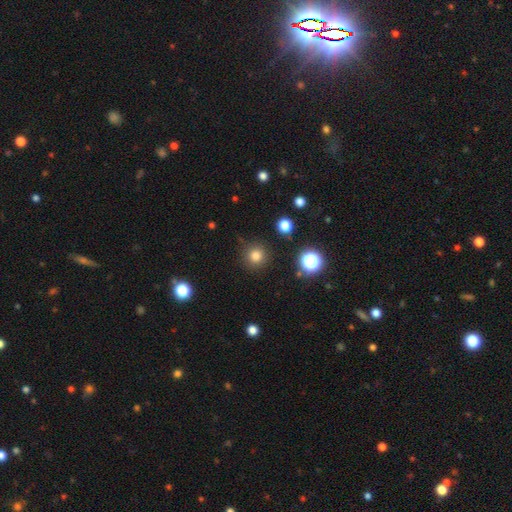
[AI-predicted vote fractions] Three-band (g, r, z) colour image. It shows a smooth galaxy with no disk features (79%) that is round (95%). Merging: none (88%).